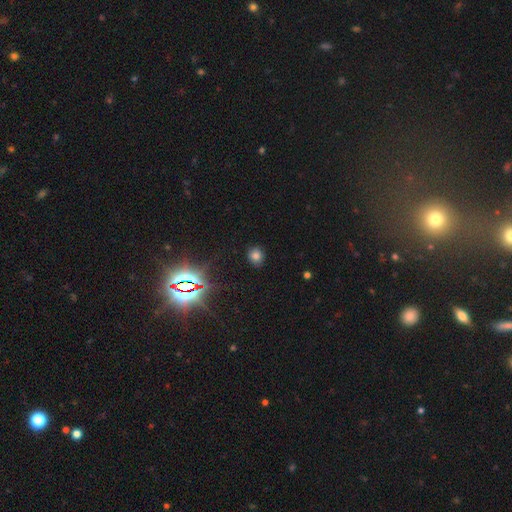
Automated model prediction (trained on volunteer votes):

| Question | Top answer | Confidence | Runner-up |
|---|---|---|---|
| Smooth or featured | smooth | 70% | star or artifact (23%) |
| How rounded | round | 73% | in between (26%) |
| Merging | none | 87% | minor disturbance (9%) |